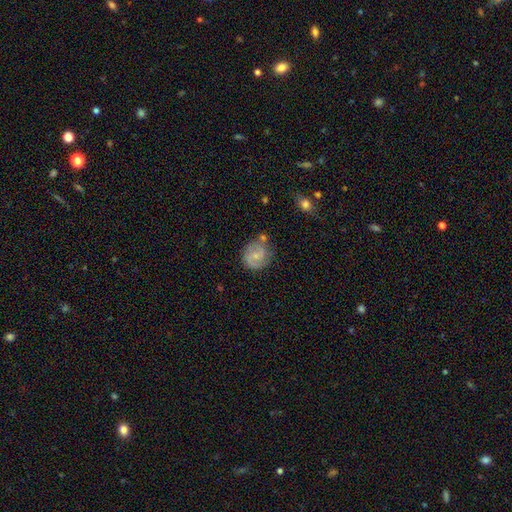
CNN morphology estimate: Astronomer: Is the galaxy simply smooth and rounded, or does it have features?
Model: featured or disk — 54% (runner-up: smooth, 38%).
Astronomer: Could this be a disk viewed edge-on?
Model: no — 97%.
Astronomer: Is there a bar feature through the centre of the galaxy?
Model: no — 49% (runner-up: weak, 43%).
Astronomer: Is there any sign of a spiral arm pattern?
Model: yes — 82%.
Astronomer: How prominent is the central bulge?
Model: small — 61%.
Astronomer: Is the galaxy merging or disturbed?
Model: none — 65%.